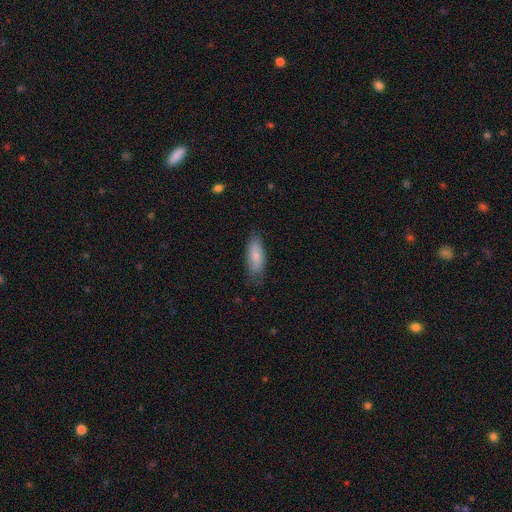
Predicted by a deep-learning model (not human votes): Smooth or featured: smooth — 80% (featured or disk — 14%)
How rounded: in between — 72% (cigar-shaped — 26%)
Merging: none — 74% (minor disturbance — 20%)